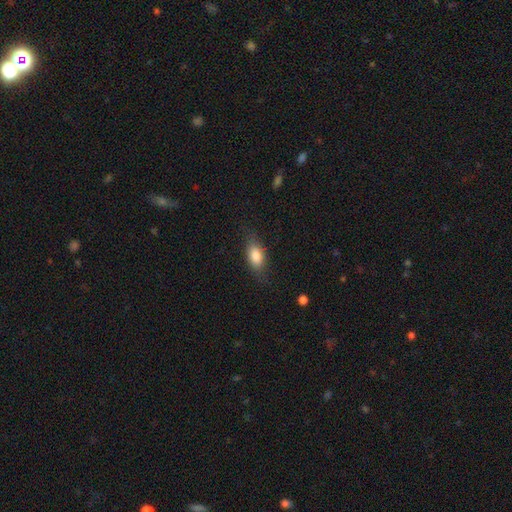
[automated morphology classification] A smooth galaxy with no disk features (81%) that is in between round and cigar-shaped (84%).

Vote fractions:
- Smooth or featured? smooth: 81% / featured or disk: 11% / star or artifact: 8%
- How rounded? in between: 84% / cigar-shaped: 8% / round: 8%
- Merging? none: 75% / minor disturbance: 18% / major disturbance: 6% / merger: 1%